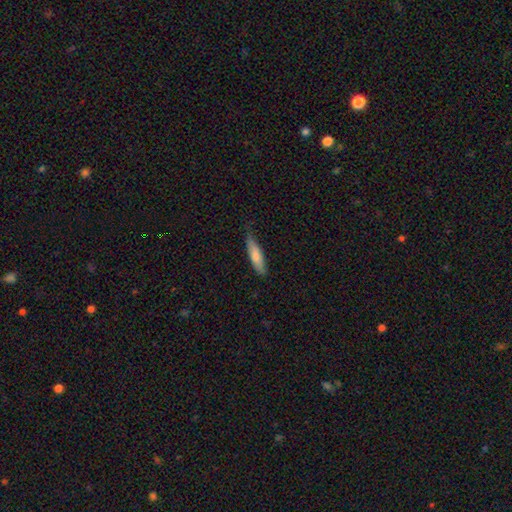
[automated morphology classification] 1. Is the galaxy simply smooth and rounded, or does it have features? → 78% smooth, 16% featured or disk, 5% star or artifact.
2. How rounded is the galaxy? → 68% cigar-shaped, 30% in between, 1% round.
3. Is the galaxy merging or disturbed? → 67% none, 27% minor disturbance, 5% major disturbance, 1% merger.